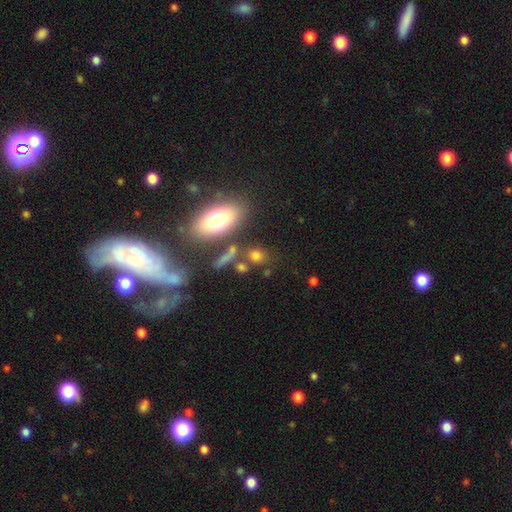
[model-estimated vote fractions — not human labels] The model was most divided on "how rounded": round: 47%, in between: 46%, cigar-shaped: 8%. More confident: smooth or featured — smooth (72%); merging — none (66%).